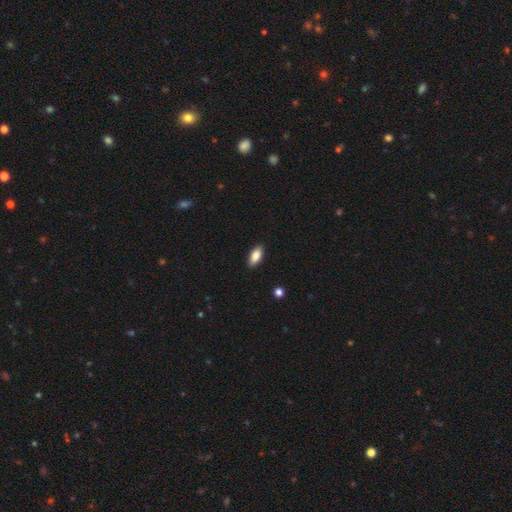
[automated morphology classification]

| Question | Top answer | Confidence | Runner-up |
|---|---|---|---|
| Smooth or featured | smooth | 83% | featured or disk (10%) |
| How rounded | in between | 88% | cigar-shaped (9%) |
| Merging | none | 89% | minor disturbance (8%) |